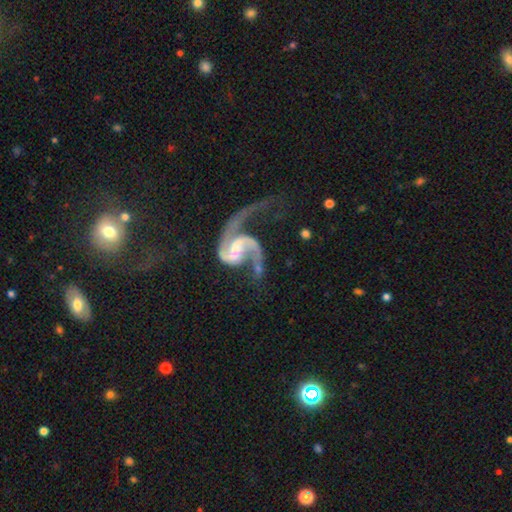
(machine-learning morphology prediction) Smooth or featured? featured or disk (92%)
Edge-on disk? no (98%)
Bar? weak (43%)
Spiral arms? yes (98%)
Spiral winding? loose (47%)
Spiral arm count? 2 (85%)
Bulge size? small (56%)
Merging? none (41%)